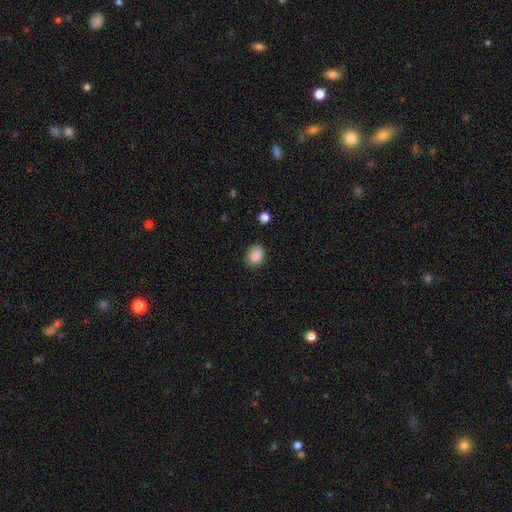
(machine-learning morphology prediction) Smooth or featured?
  - smooth: 87% *
  - star or artifact: 9%
  - featured or disk: 4%
How rounded?
  - round: 56% *
  - in between: 43%
  - cigar-shaped: 1%
Merging?
  - none: 74% *
  - minor disturbance: 21%
  - major disturbance: 4%
  - merger: 2%